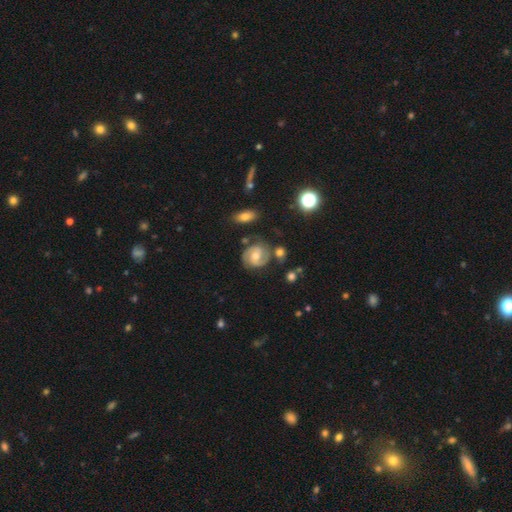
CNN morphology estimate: smooth_or_featured: featured or disk (p=0.73) [alt: smooth p=0.20]
disk_edge_on: no (p=0.97) [alt: yes p=0.03]
bar: no (p=0.47) [alt: weak p=0.43]
has_spiral_arms: yes (p=0.93) [alt: no p=0.07]
spiral_winding: tight (p=0.46) [alt: medium p=0.43]
spiral_arm_count: 2 (p=0.85) [alt: can't tell p=0.08]
bulge_size: moderate (p=0.65) [alt: small p=0.24]
merging: none (p=0.72) [alt: minor disturbance p=0.16]